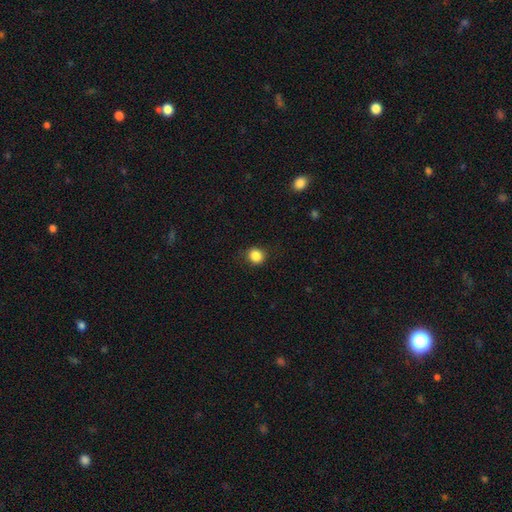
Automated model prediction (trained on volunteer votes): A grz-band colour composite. It shows a smooth galaxy with no disk features (86%) that is round (84%). Merging: none (87%).